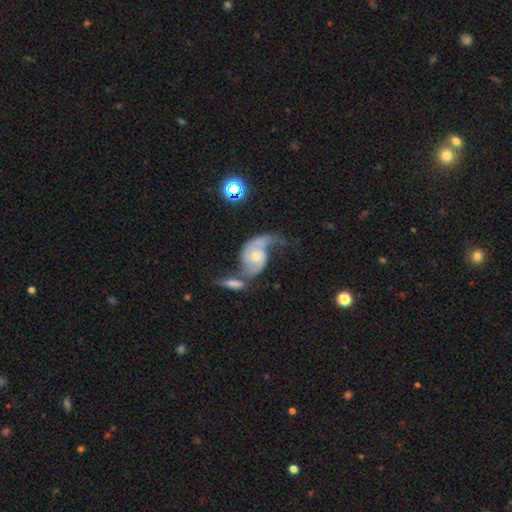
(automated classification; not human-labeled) smooth_or_featured: featured or disk (p=0.79) [alt: smooth p=0.14]
disk_edge_on: no (p=0.96) [alt: yes p=0.04]
bar: no (p=0.69) [alt: weak p=0.26]
has_spiral_arms: yes (p=0.91) [alt: no p=0.09]
spiral_winding: loose (p=0.53) [alt: medium p=0.33]
spiral_arm_count: 2 (p=0.75) [alt: 1 p=0.15]
bulge_size: moderate (p=0.47) [alt: small p=0.46]
merging: merger (p=0.32) [alt: none p=0.27]